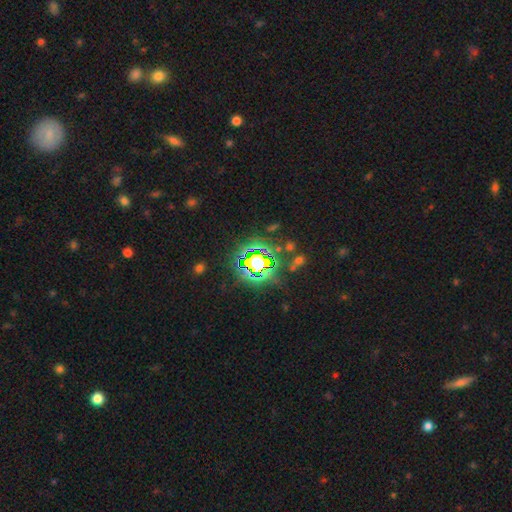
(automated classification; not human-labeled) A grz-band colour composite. It shows a star or artifact, not a galaxy (79%).